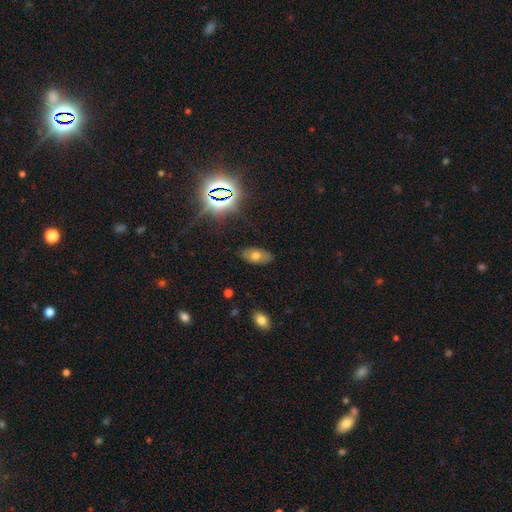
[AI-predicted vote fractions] smooth_or_featured: smooth (p=0.53) [alt: star or artifact p=0.25]
how_rounded: in between (p=0.91) [alt: round p=0.06]
merging: none (p=0.83) [alt: minor disturbance p=0.13]